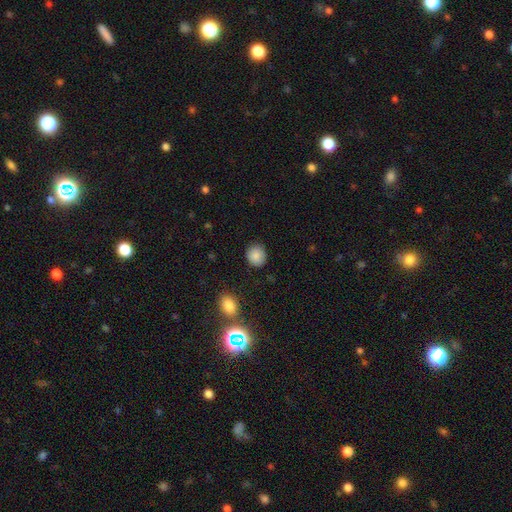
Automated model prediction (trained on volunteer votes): The model was most divided on "how rounded": round: 77%, in between: 22%, cigar-shaped: 1%. More confident: smooth or featured — smooth (86%); merging — none (86%).